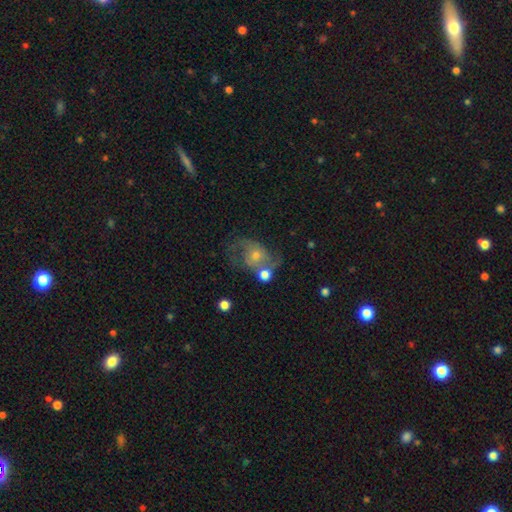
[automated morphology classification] The model was most divided on "bulge size": small: 46%, moderate: 45%, large: 4%, none: 4%, dominant: 1%. Remaining: edge-on disk — no (97%); spiral arms — yes (84%); spiral arm count — 2 (78%); bar — no (70%); smooth or featured — featured or disk (65%); merging — none (48%); spiral winding — medium (46%).